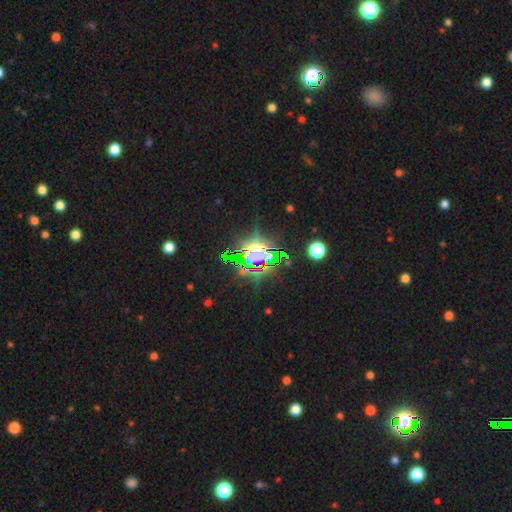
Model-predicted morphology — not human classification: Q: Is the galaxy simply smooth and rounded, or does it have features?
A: star or artifact — 76%.